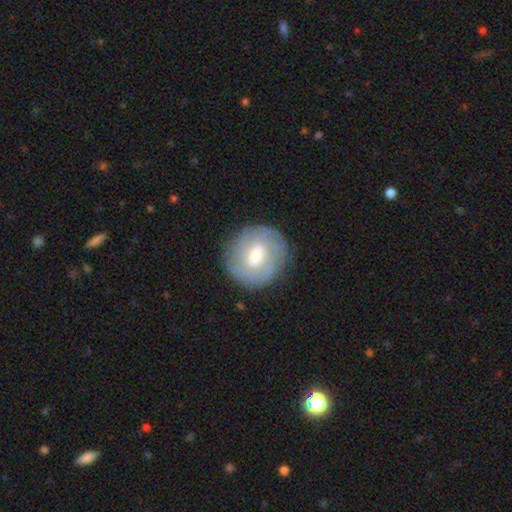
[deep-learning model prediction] The model was most divided on "smooth or featured": featured or disk: 51%, smooth: 43%, star or artifact: 7%. More confident: edge-on disk — no (96%); merging — none (81%).